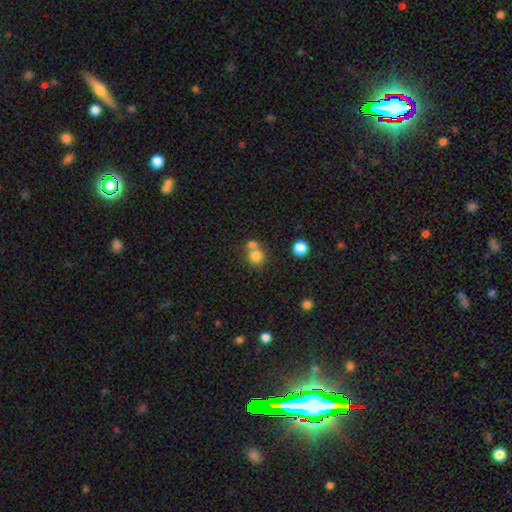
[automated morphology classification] A smooth galaxy with no disk features (78%) that is round (85%).

Vote fractions:
- Smooth or featured? smooth: 78% / star or artifact: 12% / featured or disk: 10%
- How rounded? round: 85% / in between: 14% / cigar-shaped: 1%
- Merging? none: 47% / merger: 43% / minor disturbance: 7% / major disturbance: 3%